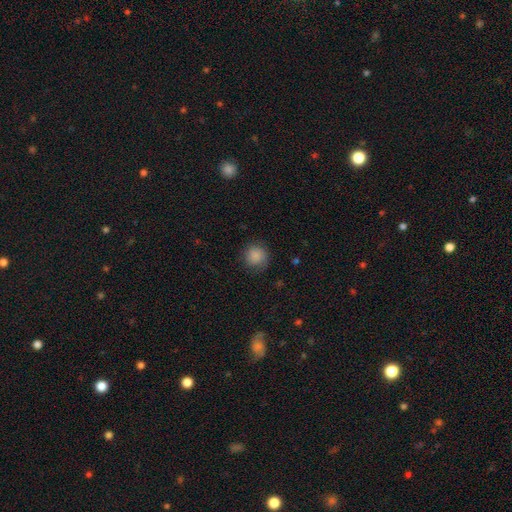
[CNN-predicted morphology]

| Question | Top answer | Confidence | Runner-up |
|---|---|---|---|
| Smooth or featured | smooth | 85% | star or artifact (9%) |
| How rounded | round | 90% | in between (10%) |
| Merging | none | 78% | minor disturbance (16%) |